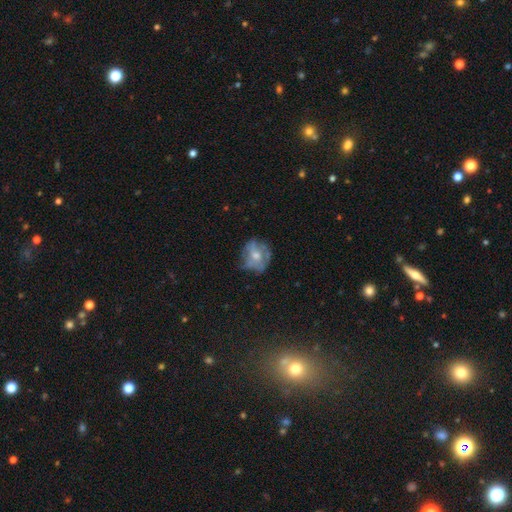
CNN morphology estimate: A featured or disk galaxy (50%). Merging: none (57%).